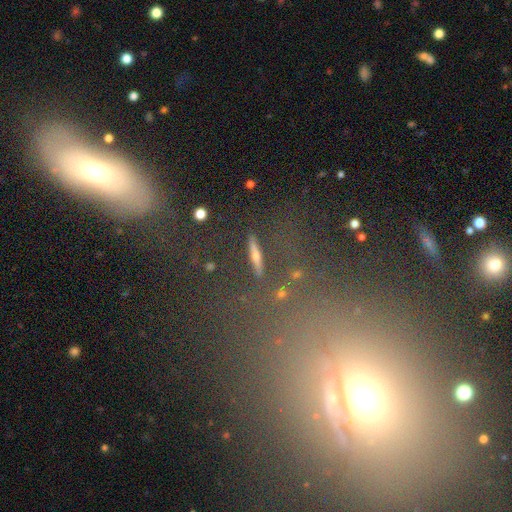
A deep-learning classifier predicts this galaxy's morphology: smooth_or_featured: featured or disk (p=0.46) [alt: smooth p=0.33]
merging: none (p=0.83) [alt: minor disturbance p=0.09]